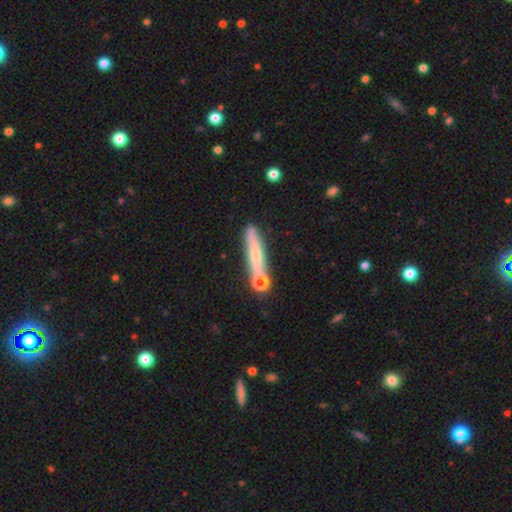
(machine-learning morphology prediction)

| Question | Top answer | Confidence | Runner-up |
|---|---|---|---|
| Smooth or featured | smooth | 50% | featured or disk (41%) |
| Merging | none | 71% | merger (13%) |